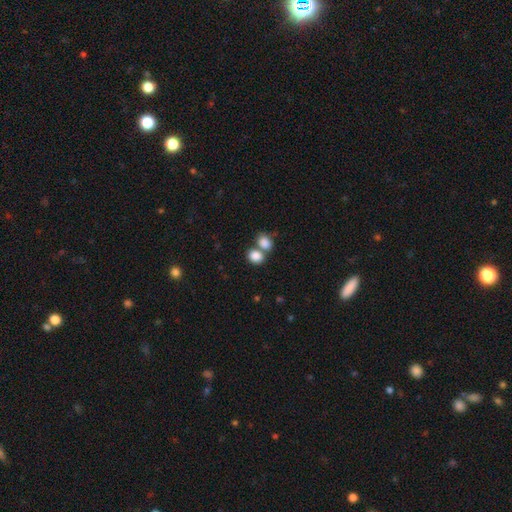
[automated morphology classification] Smooth or featured: smooth — 85% (star or artifact — 9%)
How rounded: round — 50% (in between — 48%)
Merging: merger — 51% (none — 38%)